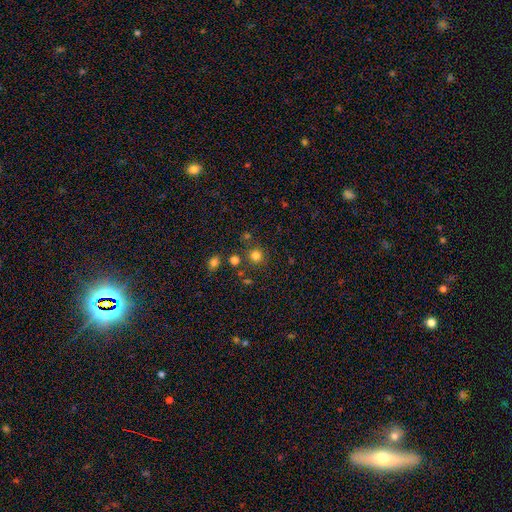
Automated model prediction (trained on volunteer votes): smooth 78%, star or artifact 16%, featured or disk 6%. Down the decision tree: how rounded — round (91%); merging — none (80%).